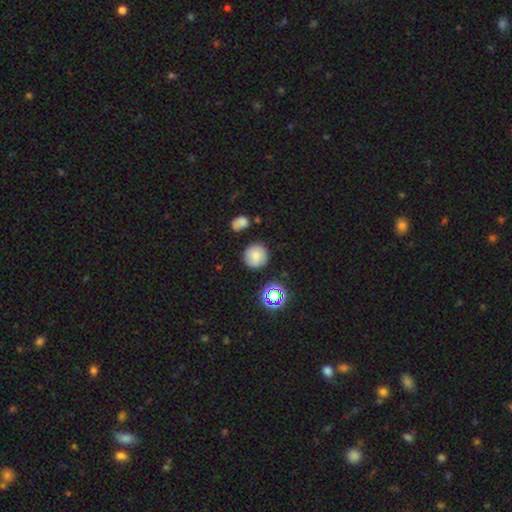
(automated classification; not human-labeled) Smooth or featured? smooth (75%)
How rounded? round (93%)
Merging? none (83%)